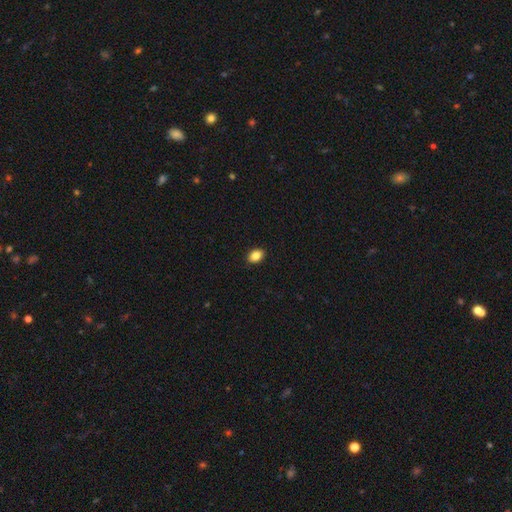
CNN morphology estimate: smooth-or-featured: smooth: 87% | star or artifact: 9% | featured or disk: 5%
  how-rounded: in between: 71% | round: 28% | cigar-shaped: 1%
  merging: none: 90% | minor disturbance: 8% | major disturbance: 2% | merger: 1%